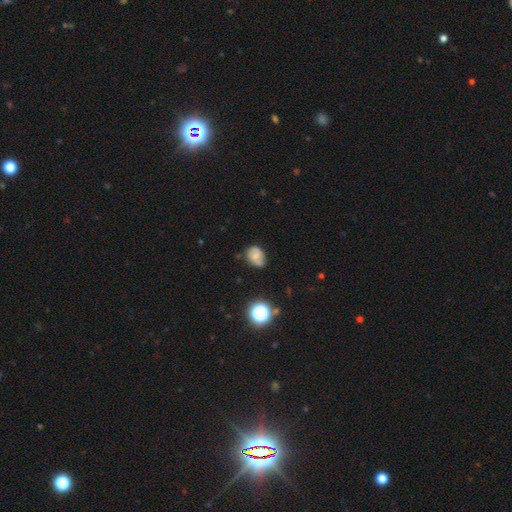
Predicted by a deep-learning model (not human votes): Q: Smooth or featured?
A: smooth (57%); runner-up: featured or disk (31%)
Q: How rounded?
A: in between (61%); runner-up: round (38%)
Q: Merging?
A: none (61%); runner-up: minor disturbance (29%)